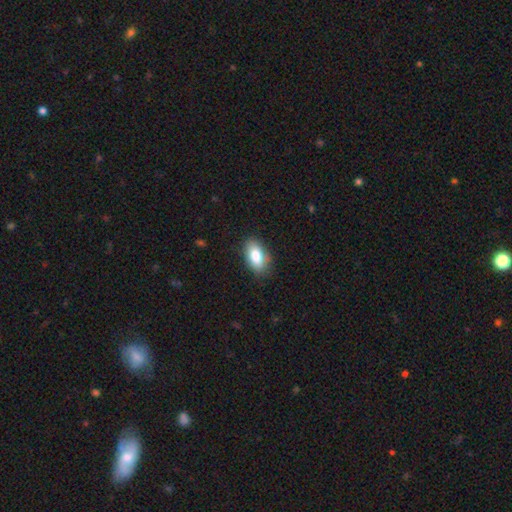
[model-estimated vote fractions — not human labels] Overall: smooth (83%). How rounded: in between (92%). Merging: none (83%).